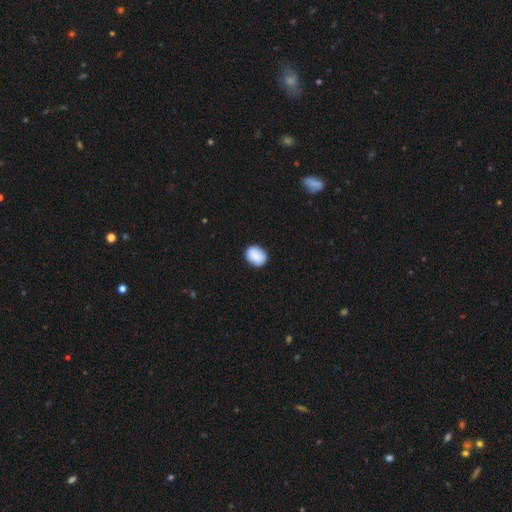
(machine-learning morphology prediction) Smooth or featured? smooth (85%)
How rounded? round (52%)
Merging? none (83%)